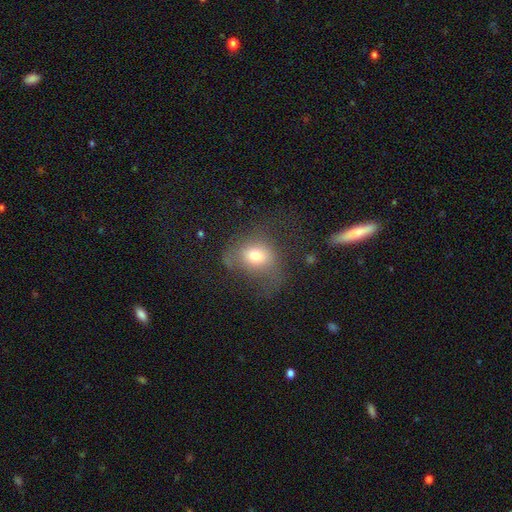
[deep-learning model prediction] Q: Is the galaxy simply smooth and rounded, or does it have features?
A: smooth — 66%.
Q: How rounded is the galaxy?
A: in between — 58%.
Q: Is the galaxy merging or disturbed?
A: major disturbance — 37%.